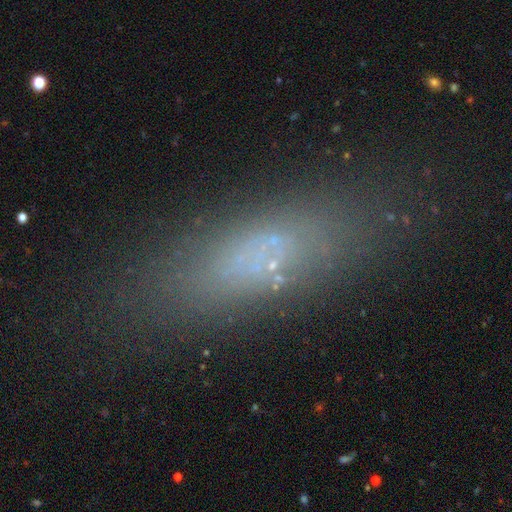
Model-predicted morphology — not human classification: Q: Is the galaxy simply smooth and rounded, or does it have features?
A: smooth — 56%.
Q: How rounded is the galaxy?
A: cigar-shaped — 50%.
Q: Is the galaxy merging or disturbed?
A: none — 74%.